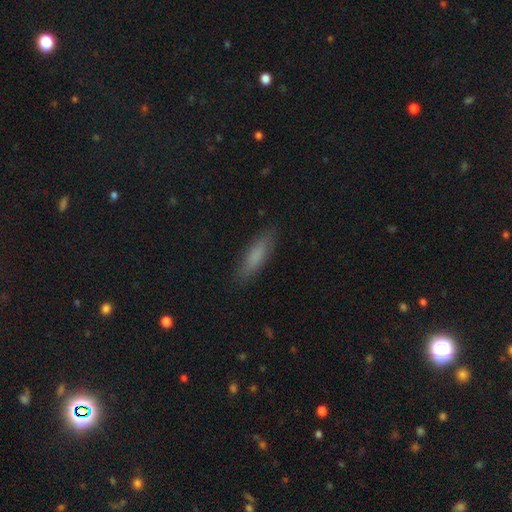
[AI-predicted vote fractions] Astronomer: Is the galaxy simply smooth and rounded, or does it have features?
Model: smooth — 79%.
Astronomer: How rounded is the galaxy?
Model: cigar-shaped — 64%.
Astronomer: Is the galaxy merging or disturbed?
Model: none — 85%.